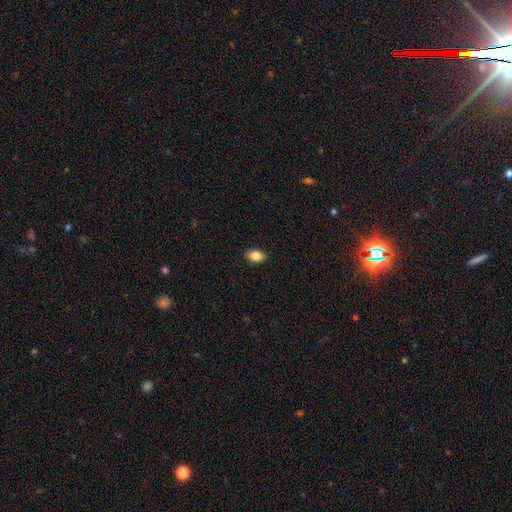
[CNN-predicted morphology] type=smooth (86%); roundness=in between (84%); merging=none (88%).